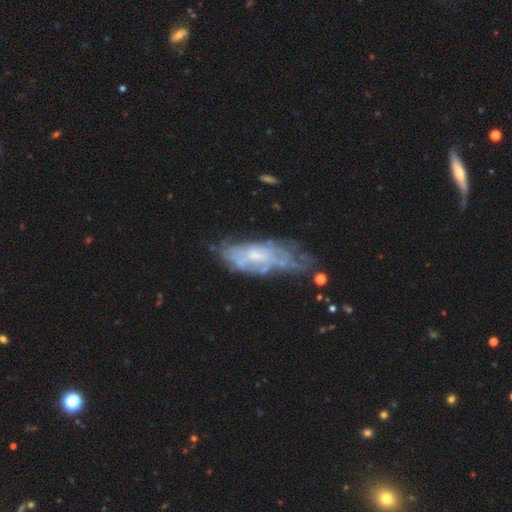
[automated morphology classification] Smooth or featured: featured or disk — 65% (smooth — 26%)
Edge-on disk: no — 87% (yes — 13%)
Bar: no — 71% (weak — 24%)
Spiral arms: yes — 53% (no — 47%)
Bulge size: small — 49% (moderate — 32%)
Merging: none — 43% (minor disturbance — 29%)